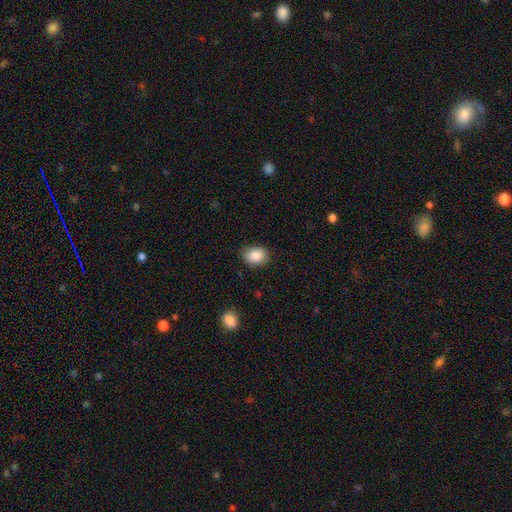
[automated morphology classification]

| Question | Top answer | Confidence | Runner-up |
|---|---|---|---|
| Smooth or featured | smooth | 87% | star or artifact (8%) |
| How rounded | in between | 63% | round (36%) |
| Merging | none | 85% | minor disturbance (11%) |